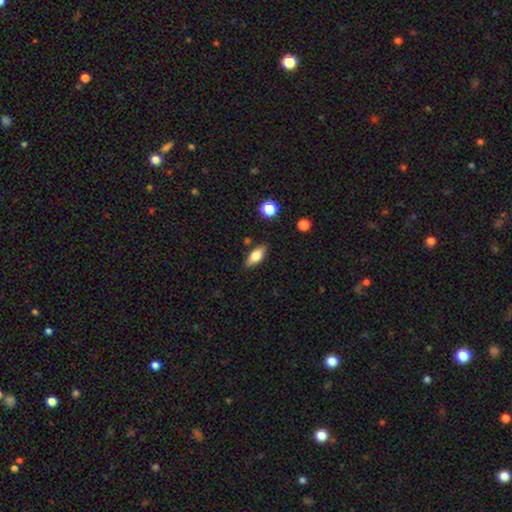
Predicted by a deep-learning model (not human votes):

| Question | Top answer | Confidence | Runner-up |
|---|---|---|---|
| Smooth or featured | smooth | 71% | featured or disk (22%) |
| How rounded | in between | 78% | cigar-shaped (18%) |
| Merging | none | 81% | minor disturbance (13%) |